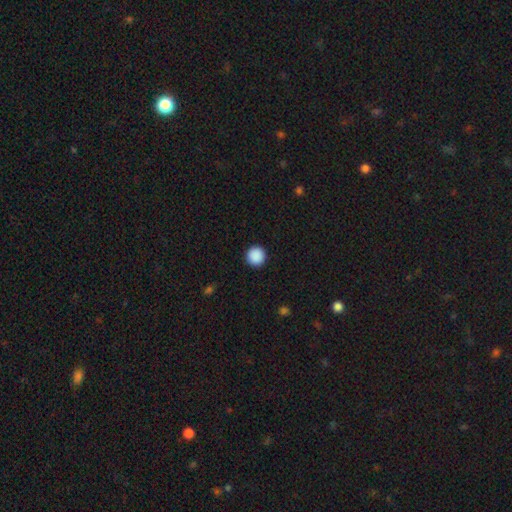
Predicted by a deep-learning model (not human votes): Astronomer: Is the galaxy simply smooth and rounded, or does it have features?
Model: smooth — 90%.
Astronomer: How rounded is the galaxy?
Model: round — 96%.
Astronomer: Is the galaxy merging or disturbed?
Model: none — 93%.